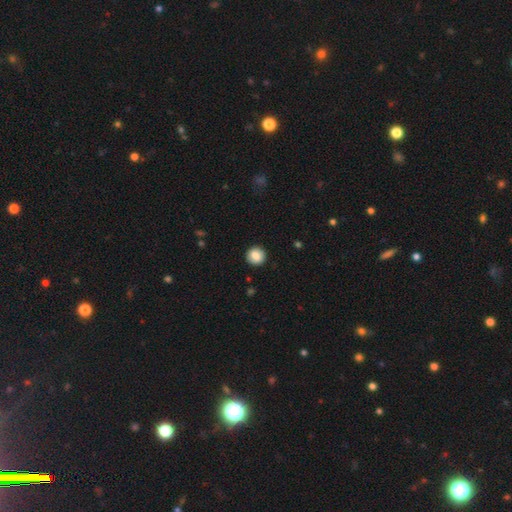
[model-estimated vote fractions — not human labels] Smooth or featured? Predicted: smooth (p=0.82). How rounded? Predicted: round (p=0.90). Merging? Predicted: none (p=0.90).